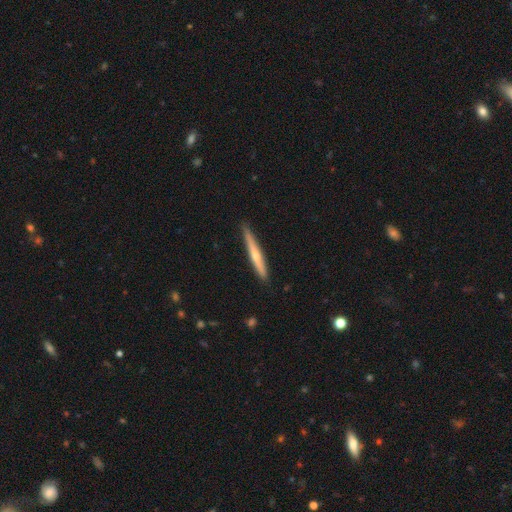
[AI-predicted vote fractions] Smooth or featured: featured or disk — 55% (smooth — 40%)
Edge-on disk: yes — 97% (no — 3%)
Edge-on bulge: rounded — 71% (none — 26%)
Merging: none — 88% (minor disturbance — 9%)